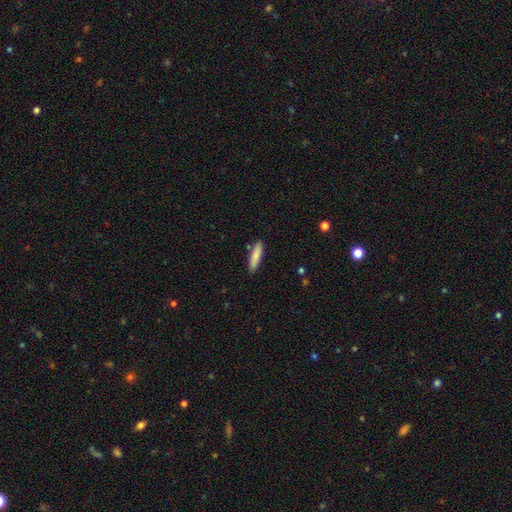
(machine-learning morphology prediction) smooth_or_featured: smooth (p=0.82) [alt: featured or disk p=0.12]
how_rounded: cigar-shaped (p=0.78) [alt: in between p=0.20]
merging: none (p=0.86) [alt: minor disturbance p=0.10]